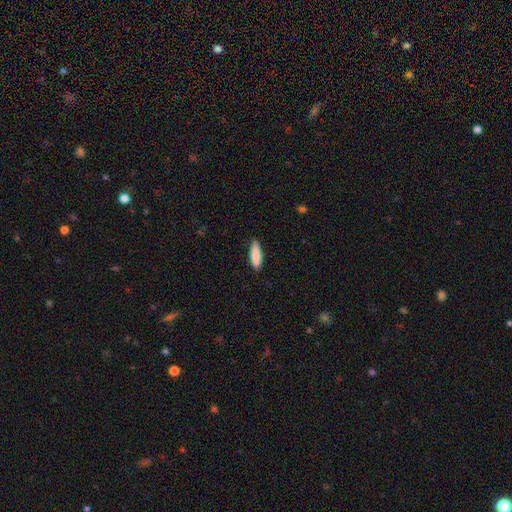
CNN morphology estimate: This appears to be a smooth galaxy with no disk features (86%) that is cigar-shaped (60%). Merging: none (86%).